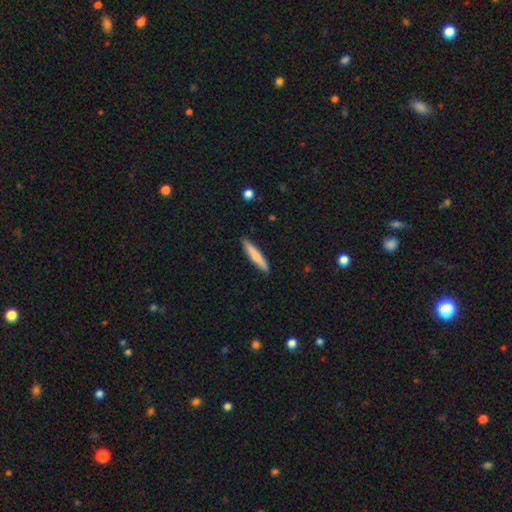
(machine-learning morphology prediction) Smooth or featured: smooth — 73% (featured or disk — 22%)
How rounded: cigar-shaped — 92% (in between — 6%)
Merging: none — 90% (minor disturbance — 7%)